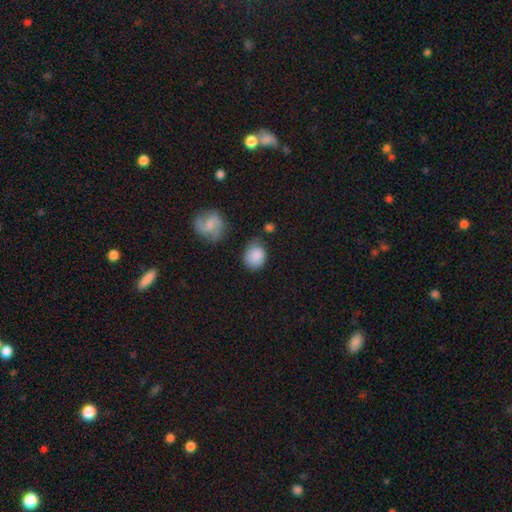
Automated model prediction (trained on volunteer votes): Smooth or featured?
  - smooth: 82% *
  - featured or disk: 10%
  - star or artifact: 7%
How rounded?
  - round: 57% *
  - in between: 42%
  - cigar-shaped: 1%
Merging?
  - none: 61% *
  - minor disturbance: 26%
  - major disturbance: 7%
  - merger: 6%